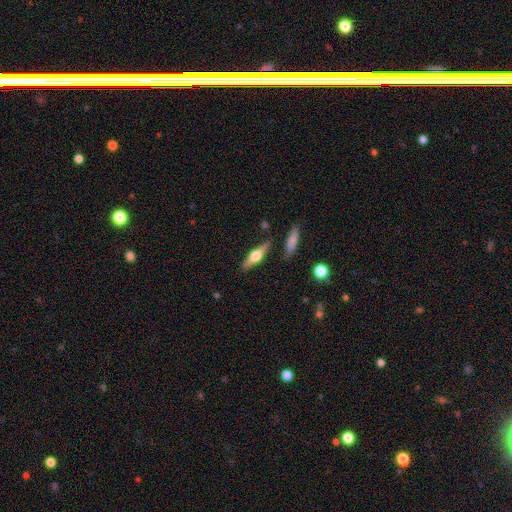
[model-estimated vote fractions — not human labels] Smooth or featured? featured or disk (63%)
Edge-on disk? yes (95%)
Edge-on bulge? rounded (94%)
Merging? none (84%)